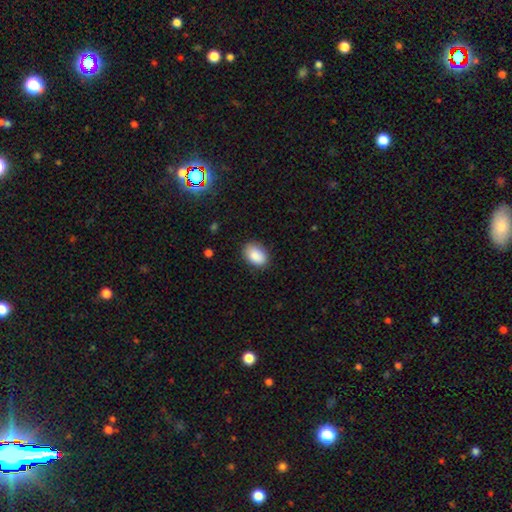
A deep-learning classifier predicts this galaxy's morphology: smooth_or_featured: smooth (p=0.89) [alt: star or artifact p=0.07]
how_rounded: in between (p=0.84) [alt: round p=0.15]
merging: none (p=0.85) [alt: minor disturbance p=0.12]